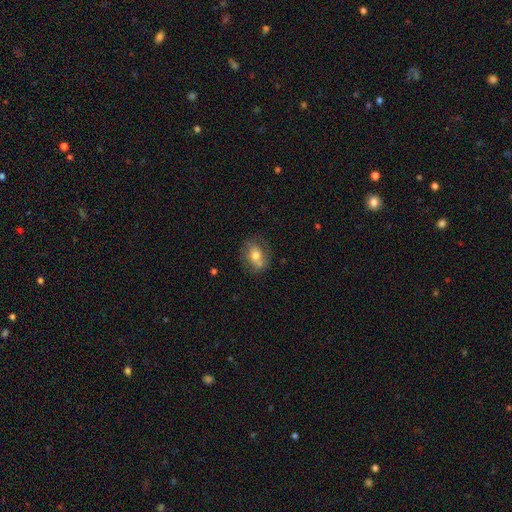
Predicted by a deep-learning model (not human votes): smooth-or-featured: smooth: 66% | featured or disk: 25% | star or artifact: 9%
  how-rounded: in between: 52% | round: 46% | cigar-shaped: 2%
  merging: none: 59% | minor disturbance: 20% | merger: 15% | major disturbance: 6%